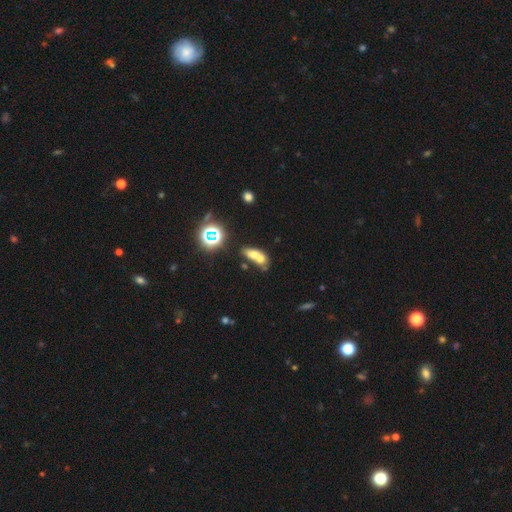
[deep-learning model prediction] Smooth or featured? smooth (57%)
How rounded? in between (68%)
Merging? merger (62%)